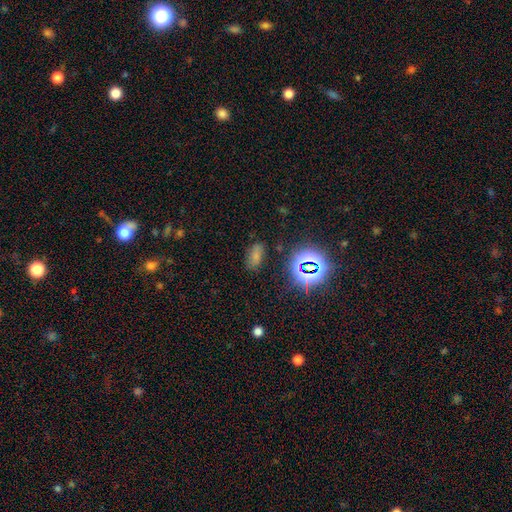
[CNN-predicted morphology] type=smooth (63%); roundness=in between (89%); merging=none (77%).